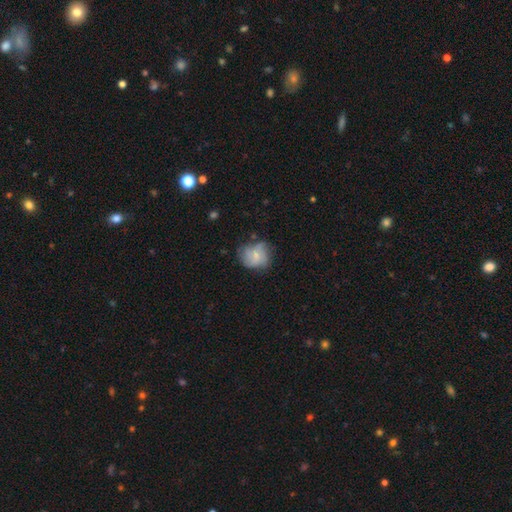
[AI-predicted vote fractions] This appears to be a smooth galaxy with no disk features (59%) that is round (71%). Merging: none (56%).